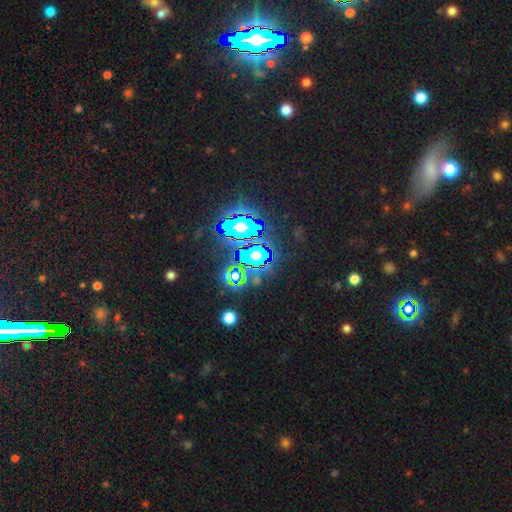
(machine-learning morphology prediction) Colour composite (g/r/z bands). It shows a star or artifact, not a galaxy (82%).